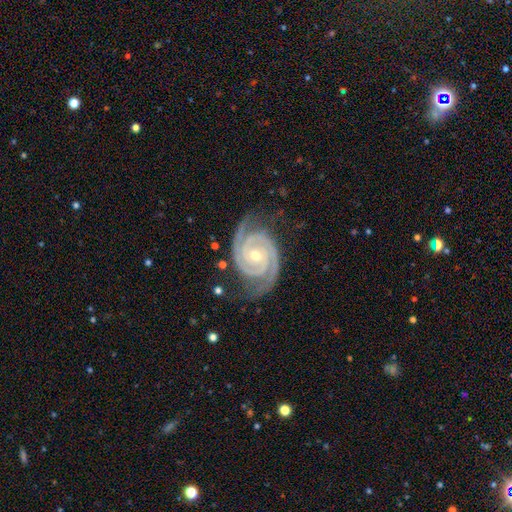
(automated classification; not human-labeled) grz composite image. It shows a featured or disk galaxy (94%) with no bar (69%), 2 (85%) tight (78%) spiral arms (99%) and a small central bulge (53%). Merging: none (79%).